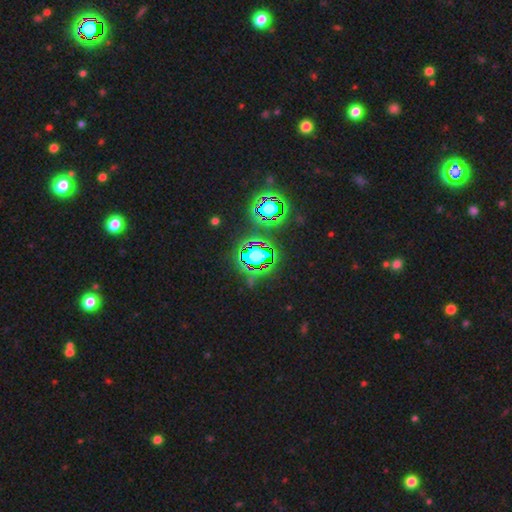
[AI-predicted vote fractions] The model was most divided on "smooth or featured": star or artifact: 73%, smooth: 15%, featured or disk: 11%.